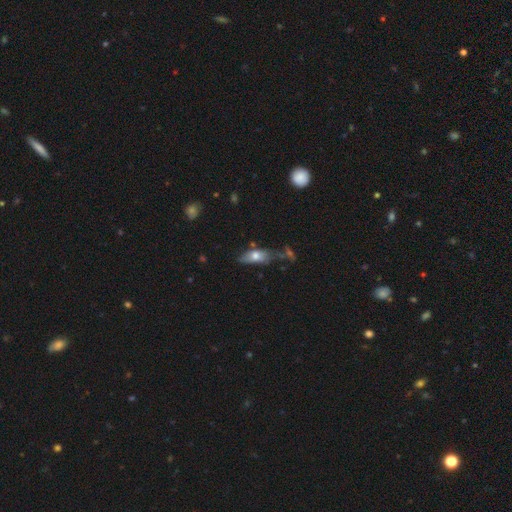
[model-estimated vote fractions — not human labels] Smooth or featured: smooth — 64% (featured or disk — 29%)
How rounded: in between — 76% (cigar-shaped — 20%)
Merging: none — 47% (minor disturbance — 28%)